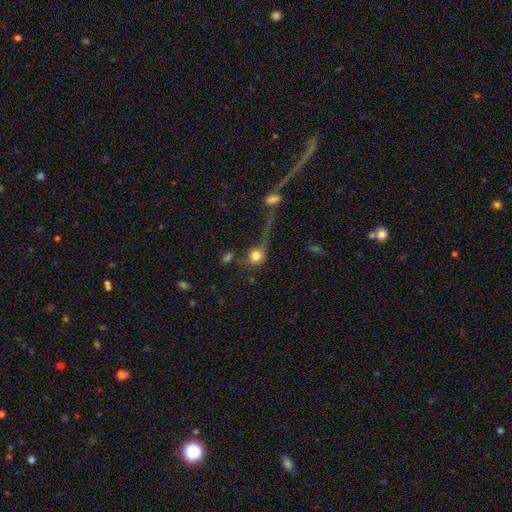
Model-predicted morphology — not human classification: Q: Smooth or featured?
A: smooth (70%); runner-up: featured or disk (18%)
Q: How rounded?
A: round (73%); runner-up: in between (23%)
Q: Merging?
A: major disturbance (36%); runner-up: none (28%)